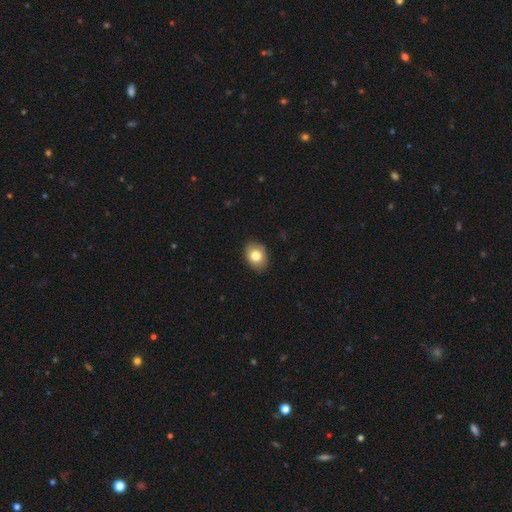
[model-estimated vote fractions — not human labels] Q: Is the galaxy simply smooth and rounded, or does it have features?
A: smooth — 79%.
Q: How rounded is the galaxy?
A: in between — 67%.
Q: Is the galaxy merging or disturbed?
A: none — 86%.